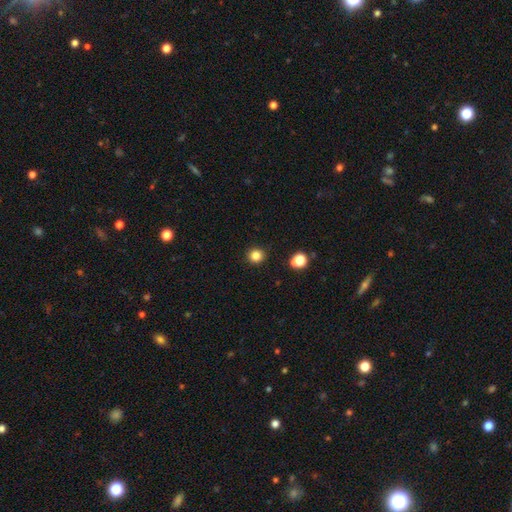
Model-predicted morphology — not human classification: Smooth or featured: smooth — 83% (star or artifact — 13%)
How rounded: round — 92% (in between — 7%)
Merging: none — 91% (minor disturbance — 5%)